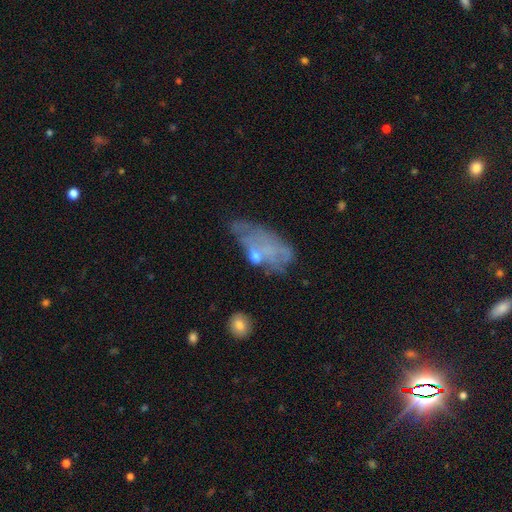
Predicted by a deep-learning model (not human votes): Smooth or featured: featured or disk — 47% (smooth — 42%)
Merging: major disturbance — 33% (none — 26%)